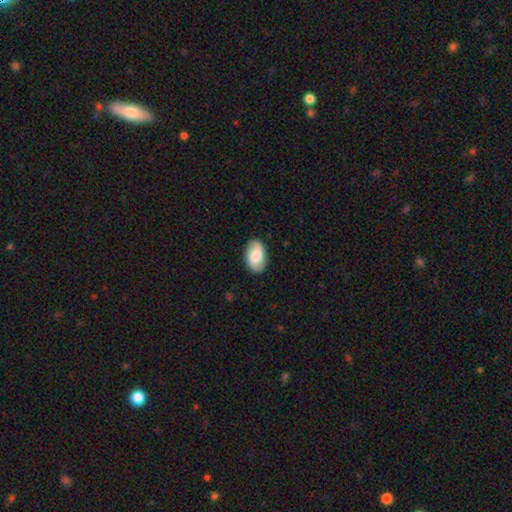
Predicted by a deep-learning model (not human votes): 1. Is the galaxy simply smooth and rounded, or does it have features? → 52% smooth, 41% featured or disk, 7% star or artifact.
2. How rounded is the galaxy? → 92% in between, 7% round, 2% cigar-shaped.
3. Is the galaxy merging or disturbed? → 86% none, 10% minor disturbance, 3% major disturbance, 1% merger.